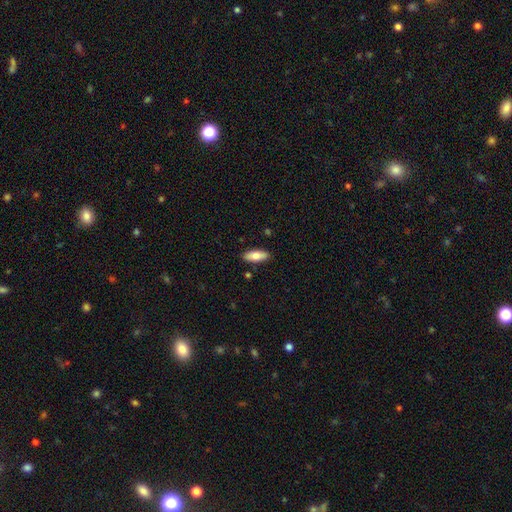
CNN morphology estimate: The model was most divided on "how rounded": in between: 73%, cigar-shaped: 24%, round: 2%. More confident: merging — none (87%); smooth or featured — smooth (76%).